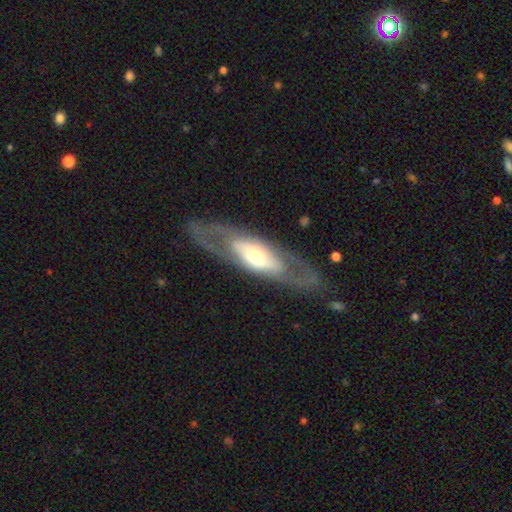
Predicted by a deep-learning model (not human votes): Smooth or featured: featured or disk — 69% (smooth — 26%)
Edge-on disk: no — 74% (yes — 26%)
Bar: no — 66% (weak — 19%)
Spiral arms: no — 61% (yes — 39%)
Bulge size: moderate — 55% (small — 23%)
Merging: none — 77% (minor disturbance — 13%)